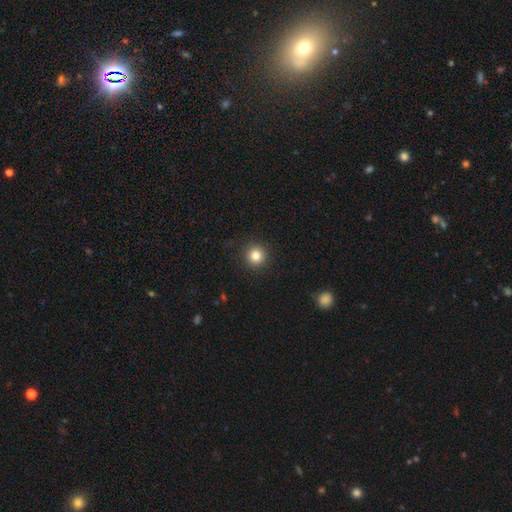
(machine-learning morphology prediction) A smooth galaxy with no disk features (83%) that is round (95%).

Vote fractions:
- Smooth or featured? smooth: 83% / star or artifact: 12% / featured or disk: 6%
- How rounded? round: 95% / in between: 4% / cigar-shaped: 1%
- Merging? none: 92% / minor disturbance: 5% / major disturbance: 2% / merger: 1%